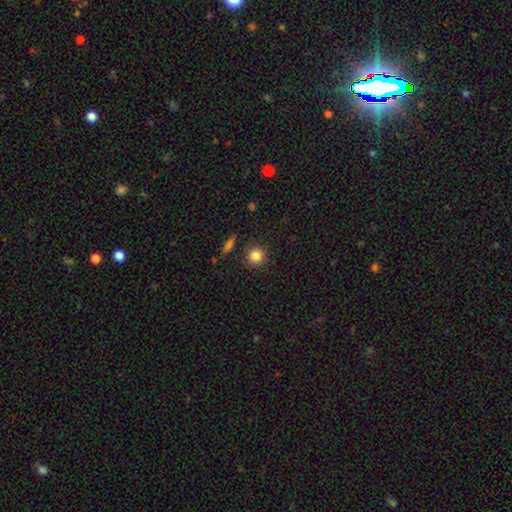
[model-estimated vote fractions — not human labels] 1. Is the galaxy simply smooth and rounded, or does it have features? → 85% smooth, 10% star or artifact, 5% featured or disk.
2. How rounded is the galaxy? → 92% round, 7% in between, 1% cigar-shaped.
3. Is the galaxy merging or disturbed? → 87% none, 8% minor disturbance, 3% merger, 3% major disturbance.